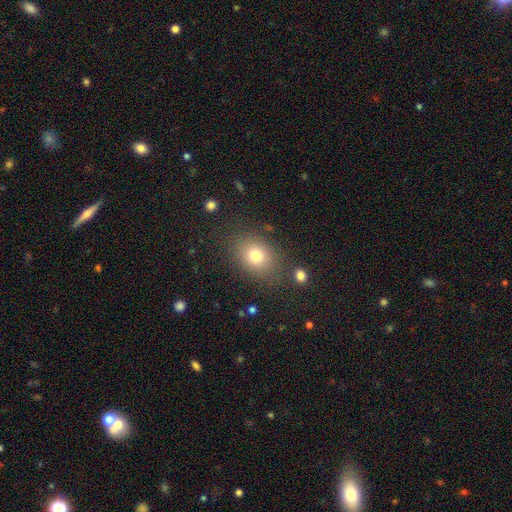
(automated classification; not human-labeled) smooth 77%, star or artifact 12%, featured or disk 11%. Down the decision tree: how rounded — in between (59%); merging — none (80%).